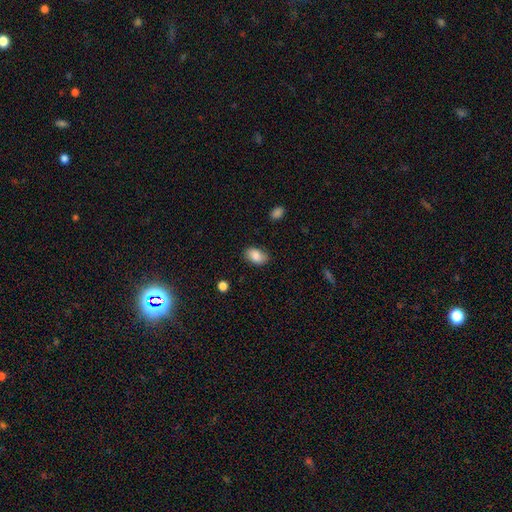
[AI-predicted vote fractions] smooth 86%, star or artifact 7%, featured or disk 7%. Down the decision tree: how rounded — in between (90%); merging — none (82%).